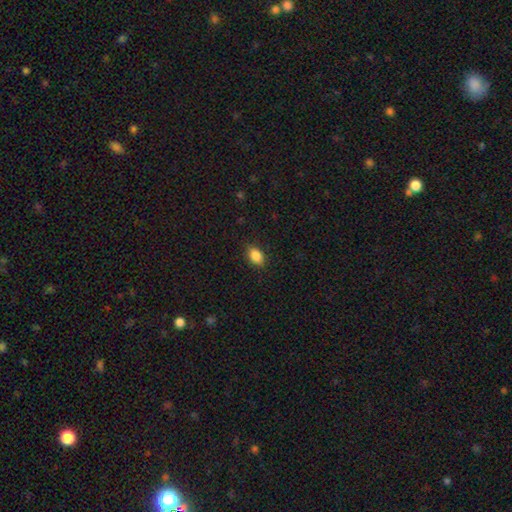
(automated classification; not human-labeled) Smooth or featured: smooth — 87% (star or artifact — 8%)
How rounded: in between — 85% (round — 13%)
Merging: none — 87% (minor disturbance — 9%)